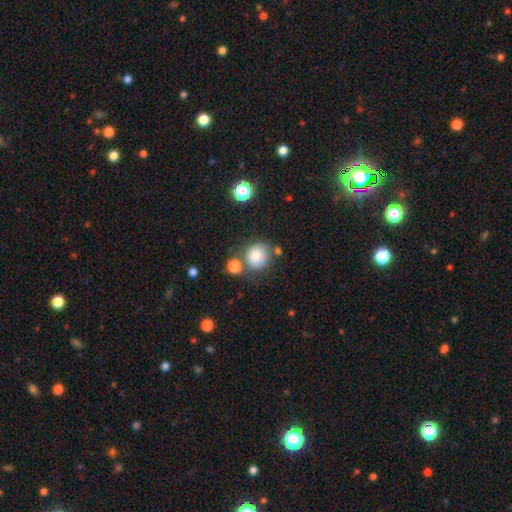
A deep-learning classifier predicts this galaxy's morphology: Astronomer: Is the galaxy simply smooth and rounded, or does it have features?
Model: smooth — 77%.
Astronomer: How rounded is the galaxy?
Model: round — 86%.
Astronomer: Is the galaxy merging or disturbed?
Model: none — 61%.